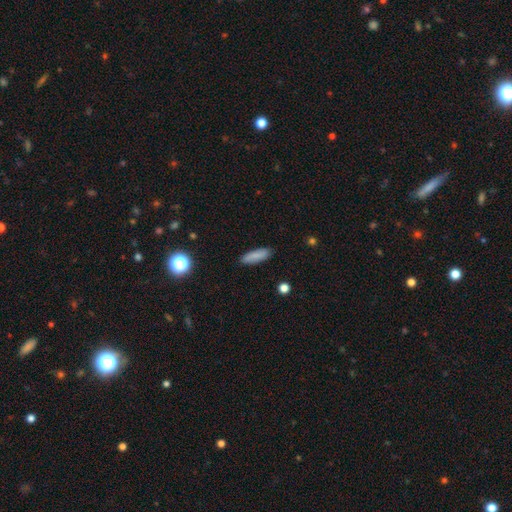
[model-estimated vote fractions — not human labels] Smooth or featured? Predicted: smooth (p=0.84). How rounded? Predicted: cigar-shaped (p=0.51). Merging? Predicted: none (p=0.87).